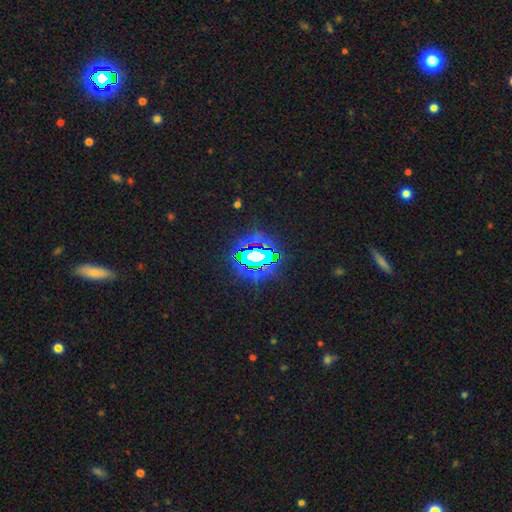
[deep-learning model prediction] Q: Smooth or featured?
A: star or artifact (72%); runner-up: smooth (14%)